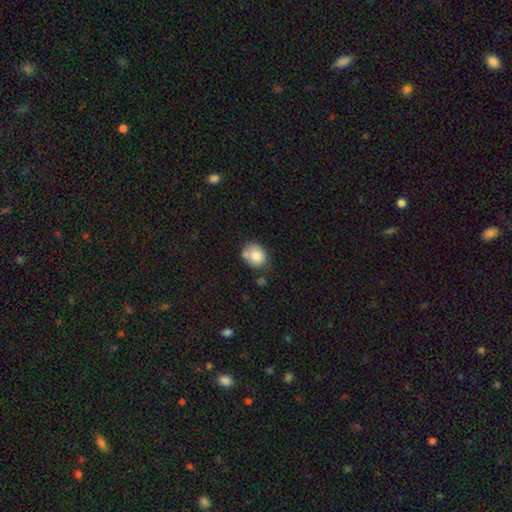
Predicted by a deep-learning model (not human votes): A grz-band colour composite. It shows a smooth galaxy with no disk features (78%) that is round (63%). Merging: none (57%).